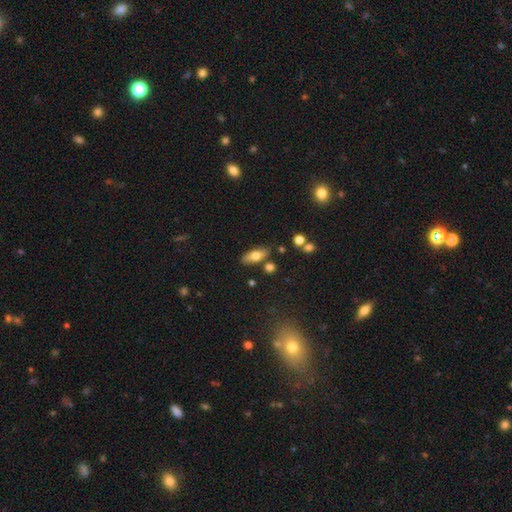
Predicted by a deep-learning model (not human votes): A smooth galaxy with no disk features (70%) that is in between round and cigar-shaped (76%). Merging: none (78%).